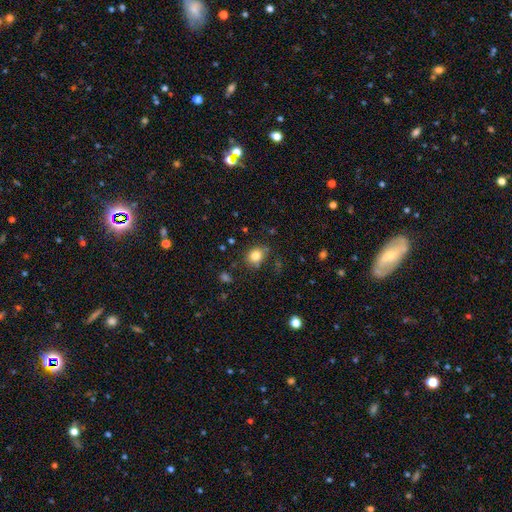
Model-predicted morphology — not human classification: Smooth or featured? smooth (82%)
How rounded? round (65%)
Merging? none (76%)